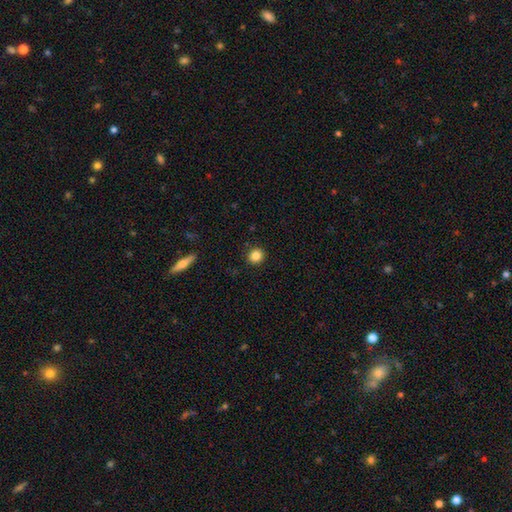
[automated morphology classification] Smooth or featured?
  - smooth: 85% *
  - star or artifact: 10%
  - featured or disk: 5%
How rounded?
  - round: 89% *
  - in between: 10%
  - cigar-shaped: 1%
Merging?
  - none: 91% *
  - minor disturbance: 6%
  - major disturbance: 2%
  - merger: 1%